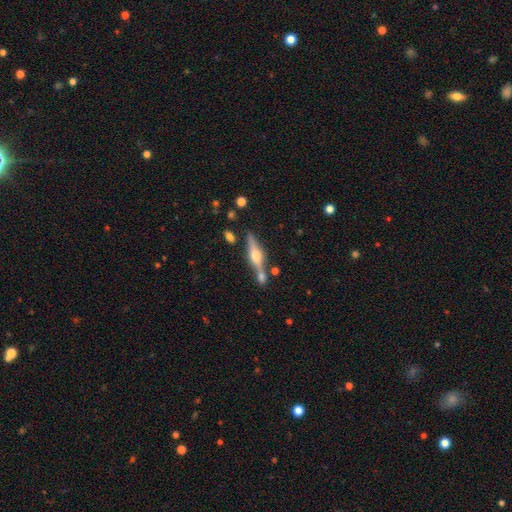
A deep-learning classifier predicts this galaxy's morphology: Smooth or featured? Predicted: featured or disk (p=0.72). Edge-on disk? Predicted: yes (p=0.96). Edge-on bulge? Predicted: rounded (p=0.93). Merging? Predicted: none (p=0.72).